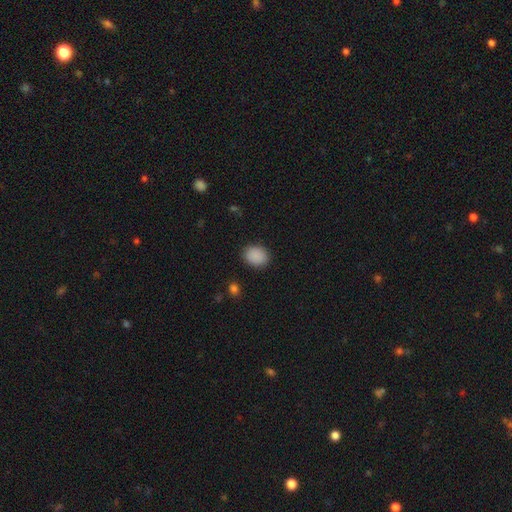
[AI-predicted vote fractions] smooth 89%, star or artifact 8%, featured or disk 3%. Down the decision tree: how rounded — in between (53%); merging — none (87%).